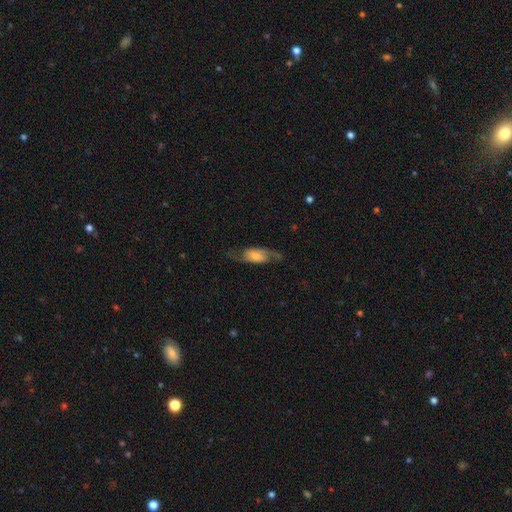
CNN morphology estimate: Smooth or featured? featured or disk (67%)
Edge-on disk? no (88%)
Bar? no (52%)
Spiral arms? yes (91%)
Spiral winding? loose (56%)
Spiral arm count? 2 (89%)
Bulge size? moderate (39%)
Merging? none (68%)